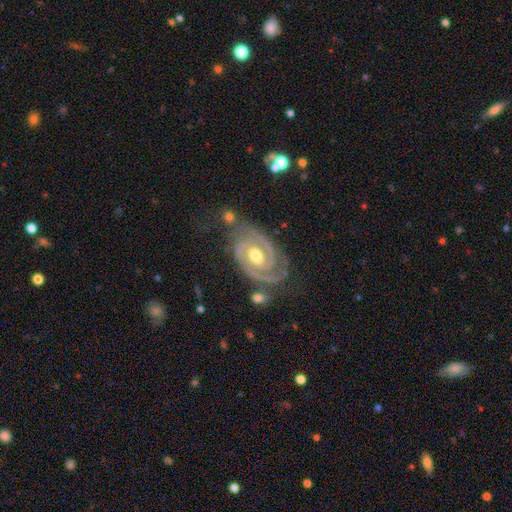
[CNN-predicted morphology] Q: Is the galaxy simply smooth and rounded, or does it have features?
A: featured or disk — 92%.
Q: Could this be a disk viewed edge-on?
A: no — 97%.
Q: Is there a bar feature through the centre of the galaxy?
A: no — 55%.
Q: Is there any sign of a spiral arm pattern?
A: yes — 98%.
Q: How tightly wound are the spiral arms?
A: tight — 71%.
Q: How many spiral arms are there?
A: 2 — 85%.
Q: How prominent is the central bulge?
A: moderate — 78%.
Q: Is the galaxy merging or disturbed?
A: none — 67%.